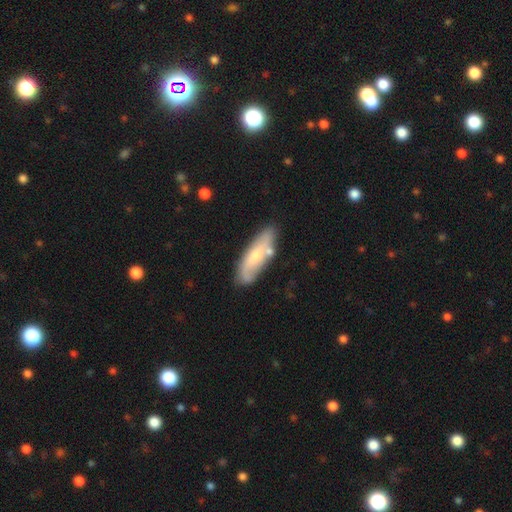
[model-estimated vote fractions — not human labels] Smooth or featured? smooth (50%)
How rounded? in between (56%)
Merging? none (68%)